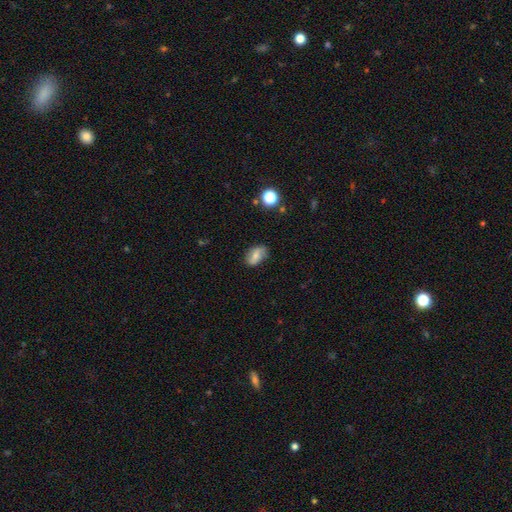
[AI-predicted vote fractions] Q: Smooth or featured?
A: smooth (57%); runner-up: featured or disk (34%)
Q: How rounded?
A: in between (86%); runner-up: round (11%)
Q: Merging?
A: none (78%); runner-up: minor disturbance (17%)